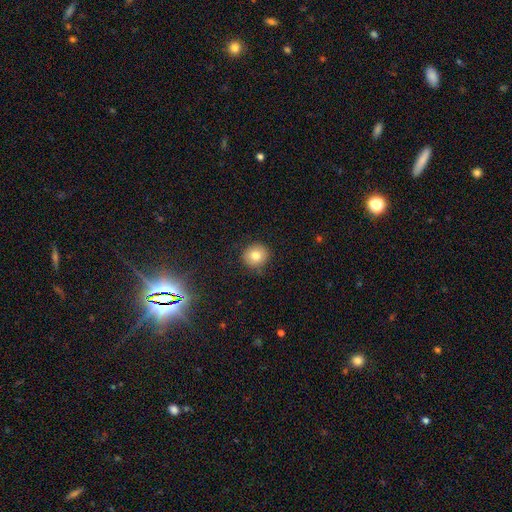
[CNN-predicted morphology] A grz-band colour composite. It shows a smooth galaxy with no disk features (78%) that is round (89%). Merging: none (87%).